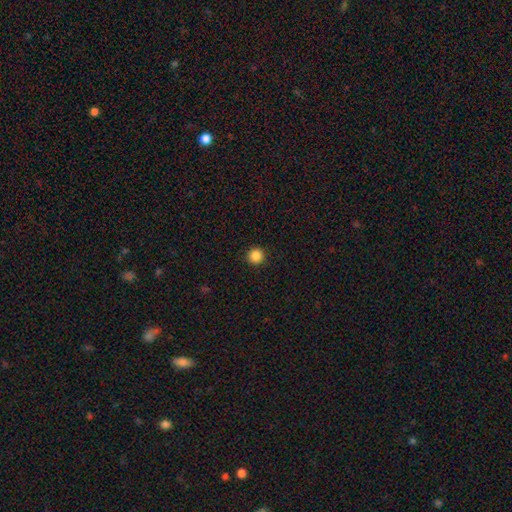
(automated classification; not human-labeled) Smooth or featured? smooth (87%)
How rounded? round (96%)
Merging? none (93%)